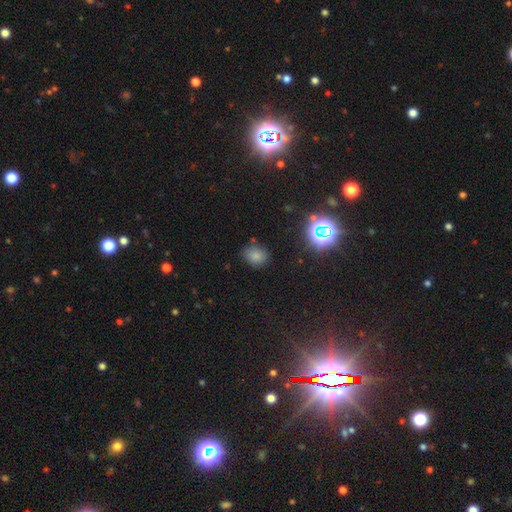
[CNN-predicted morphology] This appears to be a smooth galaxy with no disk features (74%) that is round (63%). Merging: none (78%).